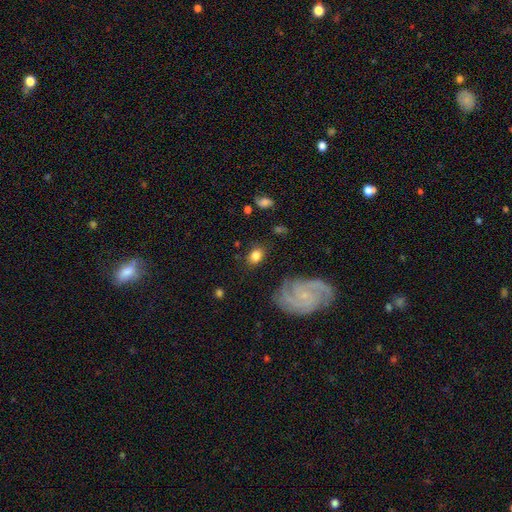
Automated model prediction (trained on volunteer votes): Smooth or featured? Predicted: smooth (p=0.74). How rounded? Predicted: in between (p=0.68). Merging? Predicted: none (p=0.79).